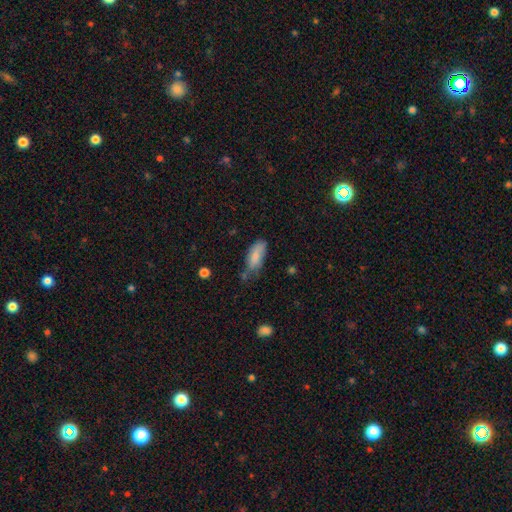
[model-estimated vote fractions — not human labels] A smooth galaxy with no disk features (83%) that is in between round and cigar-shaped (79%). Merging: none (49%).